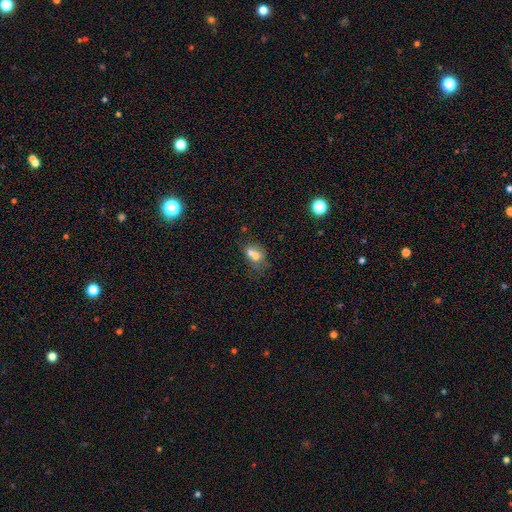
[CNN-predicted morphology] Q: Smooth or featured?
A: smooth (65%); runner-up: featured or disk (23%)
Q: How rounded?
A: round (56%); runner-up: in between (43%)
Q: Merging?
A: merger (62%); runner-up: none (25%)